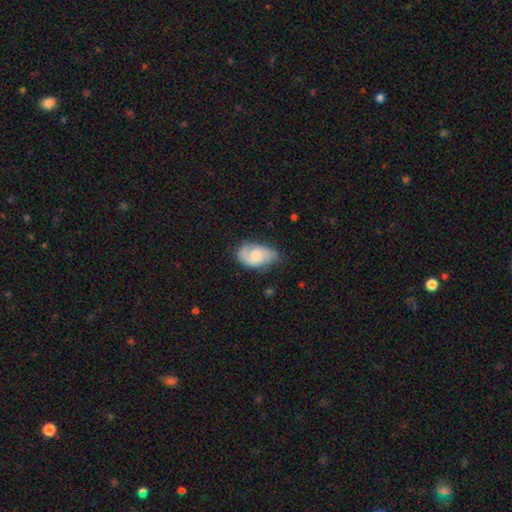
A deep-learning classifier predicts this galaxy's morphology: type=smooth (48%); merging=none (56%).